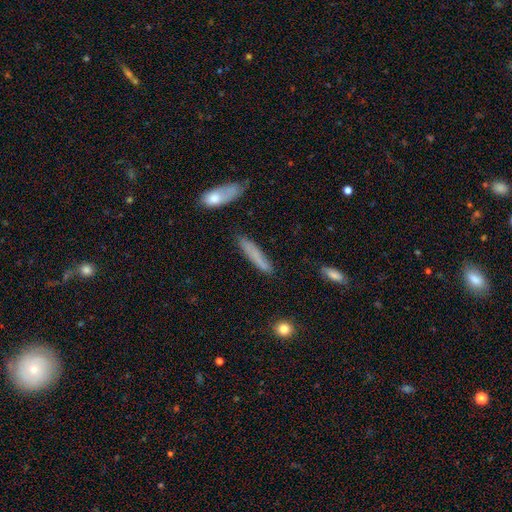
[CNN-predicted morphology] type=smooth (70%); roundness=cigar-shaped (90%); merging=none (79%).